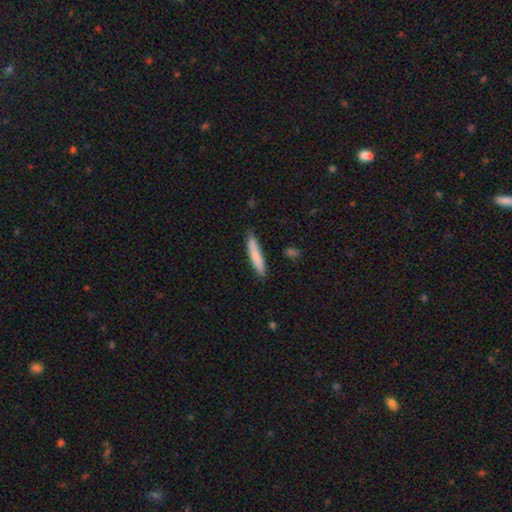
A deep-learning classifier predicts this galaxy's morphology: smooth 78%, featured or disk 17%, star or artifact 6%. Down the decision tree: how rounded — cigar-shaped (90%); merging — none (81%).